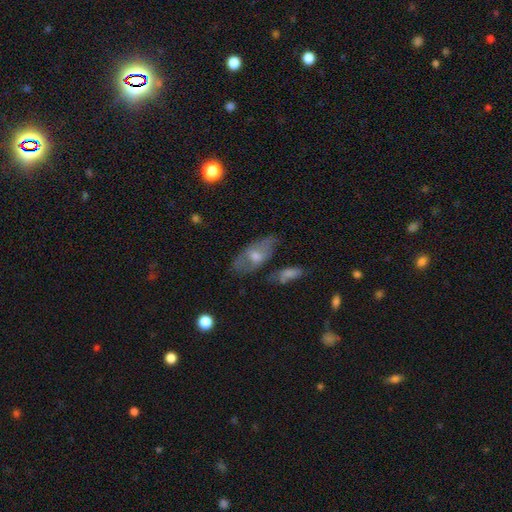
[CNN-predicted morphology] Smooth or featured?
  - featured or disk: 48% *
  - smooth: 43%
  - star or artifact: 9%
Merging?
  - none: 67% *
  - minor disturbance: 19%
  - major disturbance: 7%
  - merger: 6%